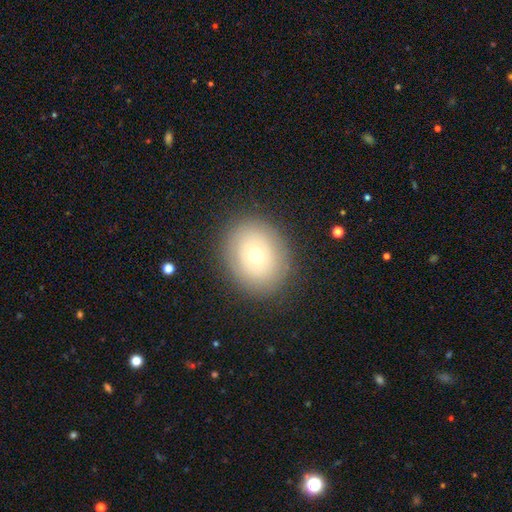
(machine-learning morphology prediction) A smooth galaxy with no disk features (64%) that is round (61%). Merging: none (85%).